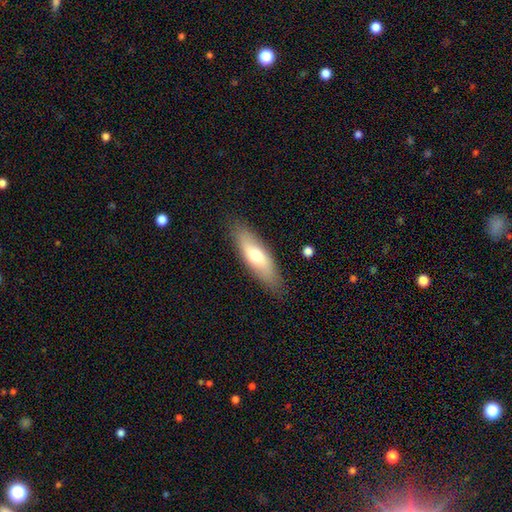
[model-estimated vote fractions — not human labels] smooth 63%, featured or disk 31%, star or artifact 6%. Down the decision tree: how rounded — in between (52%); merging — none (85%).